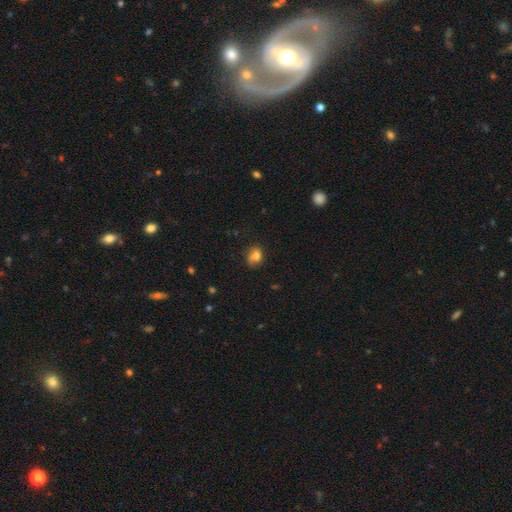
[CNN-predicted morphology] smooth 78%, featured or disk 11%, star or artifact 11%. Down the decision tree: how rounded — round (57%); merging — none (62%).